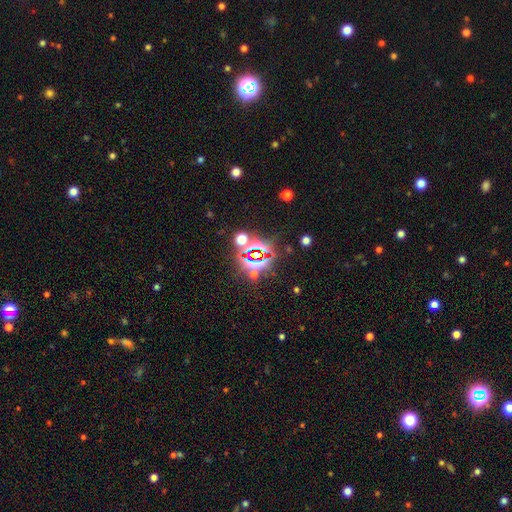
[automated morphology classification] star or artifact 75%, smooth 16%, featured or disk 9%.